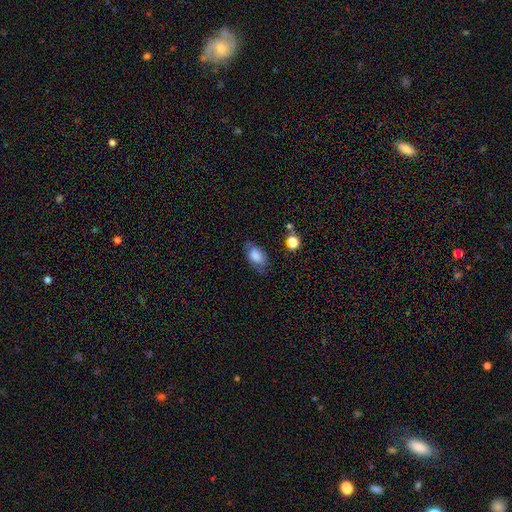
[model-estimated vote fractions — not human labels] smooth-or-featured: smooth: 77% | featured or disk: 14% | star or artifact: 8%
  how-rounded: in between: 90% | round: 8% | cigar-shaped: 2%
  merging: none: 67% | minor disturbance: 23% | major disturbance: 7% | merger: 2%